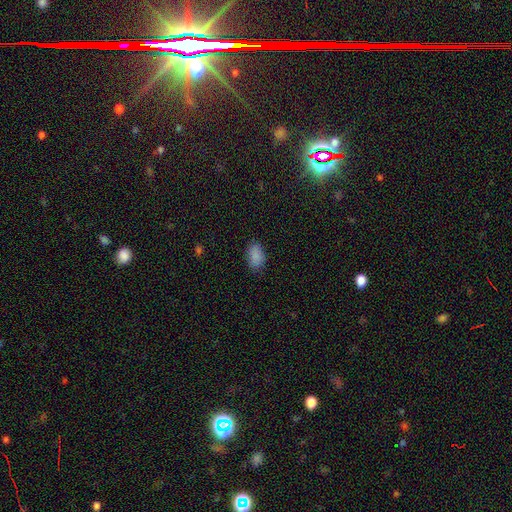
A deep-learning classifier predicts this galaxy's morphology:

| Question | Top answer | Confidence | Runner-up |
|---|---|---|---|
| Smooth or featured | smooth | 87% | star or artifact (9%) |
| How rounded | in between | 91% | round (7%) |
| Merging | none | 80% | minor disturbance (15%) |